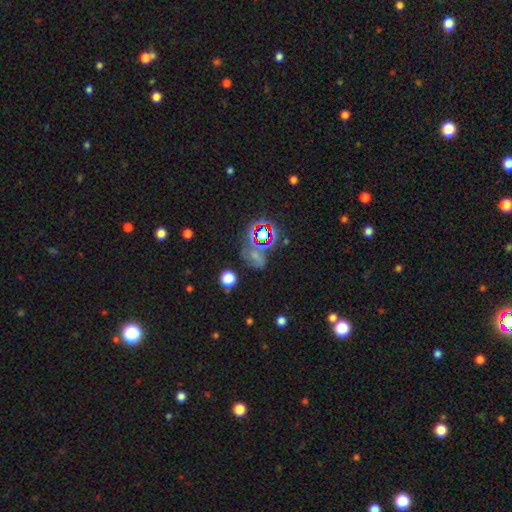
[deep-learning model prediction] Smooth or featured? Predicted: star or artifact (p=0.45).